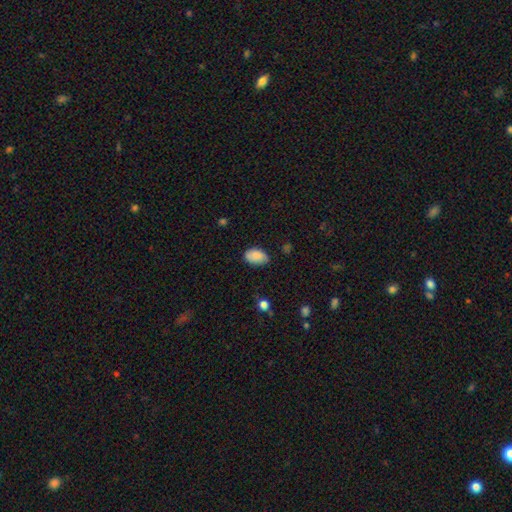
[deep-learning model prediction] Q: Smooth or featured?
A: smooth (86%); runner-up: star or artifact (7%)
Q: How rounded?
A: in between (92%); runner-up: round (7%)
Q: Merging?
A: none (73%); runner-up: minor disturbance (22%)